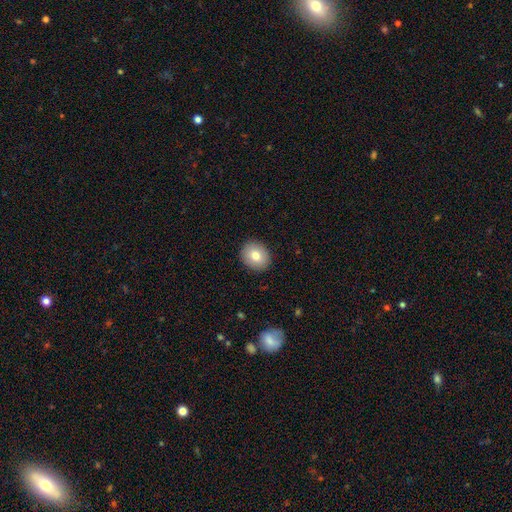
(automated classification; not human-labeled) smooth-or-featured: smooth: 77% | featured or disk: 14% | star or artifact: 9%
  how-rounded: round: 66% | in between: 34% | cigar-shaped: 1%
  merging: none: 90% | minor disturbance: 7% | major disturbance: 2% | merger: 1%